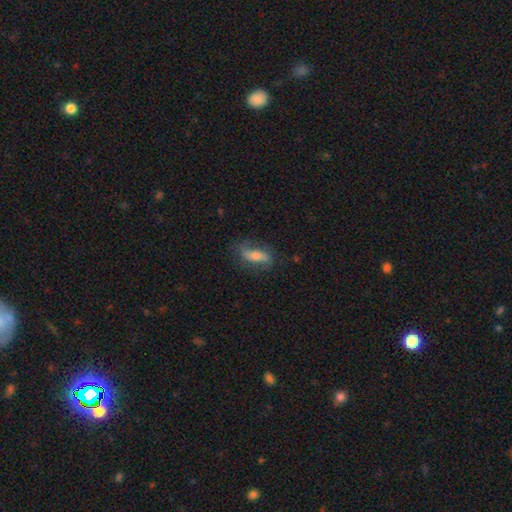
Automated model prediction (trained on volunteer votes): The model was most divided on "smooth or featured": featured or disk: 50%, smooth: 42%, star or artifact: 8%. More confident: merging — none (71%).